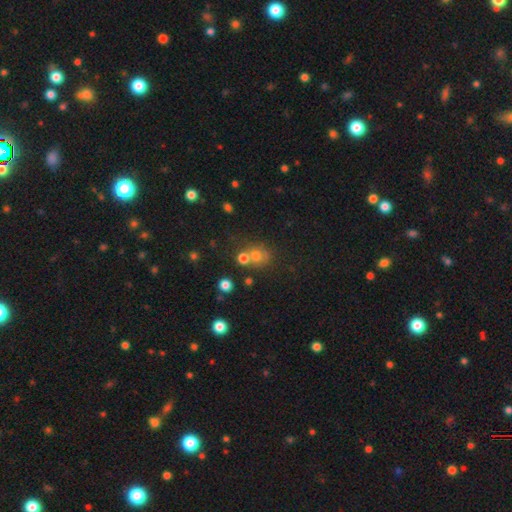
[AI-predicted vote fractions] The model was most divided on "merging": none: 52%, merger: 31%, minor disturbance: 11%, major disturbance: 6%. More confident: how rounded — round (77%); smooth or featured — smooth (64%).